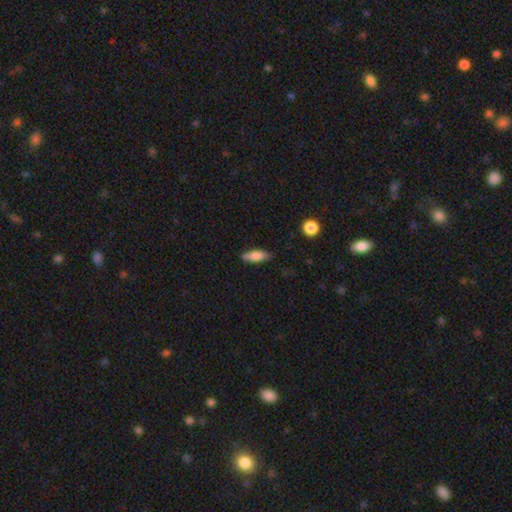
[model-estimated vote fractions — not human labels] Smooth or featured?
  - smooth: 76% *
  - featured or disk: 17%
  - star or artifact: 7%
How rounded?
  - in between: 61% *
  - cigar-shaped: 36%
  - round: 3%
Merging?
  - none: 80% *
  - minor disturbance: 16%
  - major disturbance: 3%
  - merger: 2%